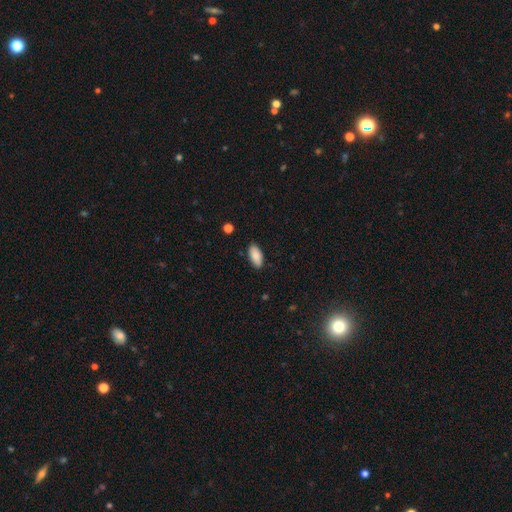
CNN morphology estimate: The model was most divided on "merging": none: 87%, minor disturbance: 10%, major disturbance: 2%, merger: 1%. More confident: how rounded — in between (91%); smooth or featured — smooth (88%).